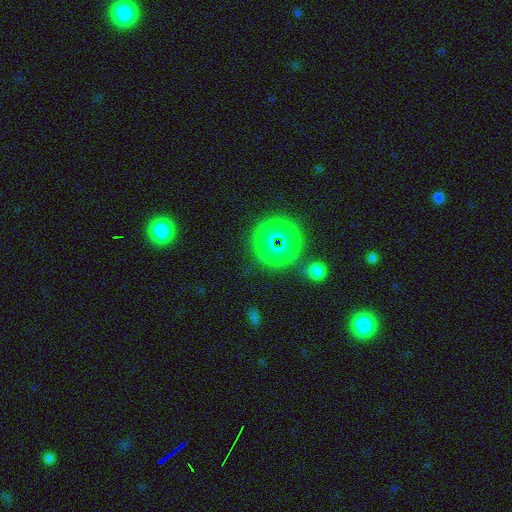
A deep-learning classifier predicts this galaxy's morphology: A star or artifact, not a galaxy (76%).